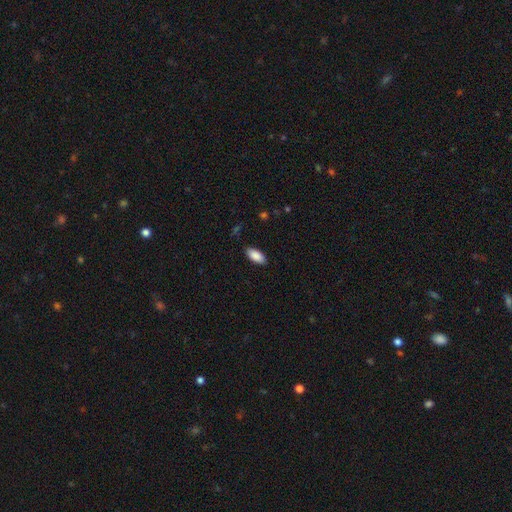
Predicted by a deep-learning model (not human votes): Smooth or featured: smooth — 89% (star or artifact — 7%)
How rounded: in between — 91% (cigar-shaped — 7%)
Merging: none — 87% (minor disturbance — 10%)